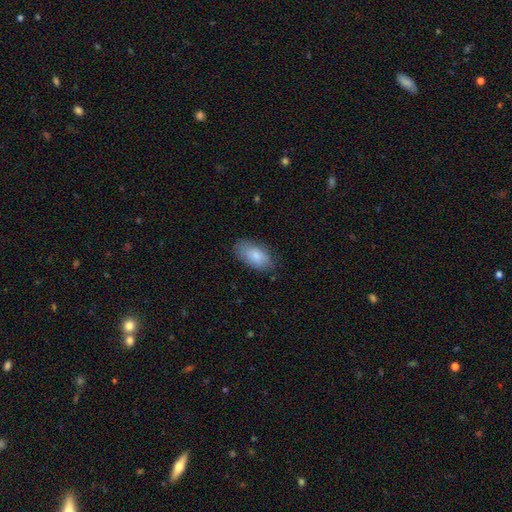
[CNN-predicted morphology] type=smooth (82%); roundness=in between (94%); merging=none (78%).